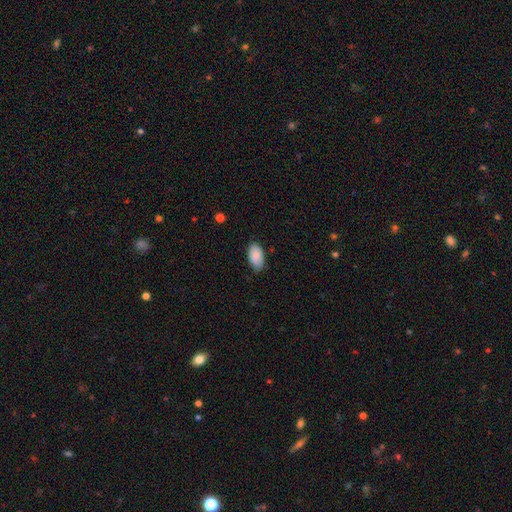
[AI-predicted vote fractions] Overall: smooth (85%). How rounded: in between (94%). Merging: none (72%).